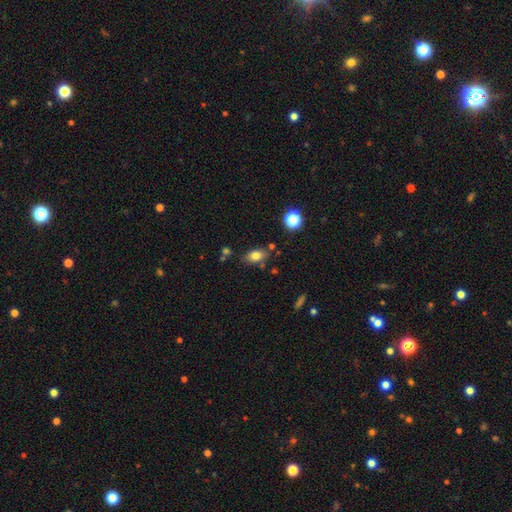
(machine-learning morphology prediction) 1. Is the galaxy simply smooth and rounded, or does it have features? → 78% smooth, 12% featured or disk, 11% star or artifact.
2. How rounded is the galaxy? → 85% in between, 12% round, 3% cigar-shaped.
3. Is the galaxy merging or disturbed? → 75% none, 14% minor disturbance, 7% merger, 4% major disturbance.